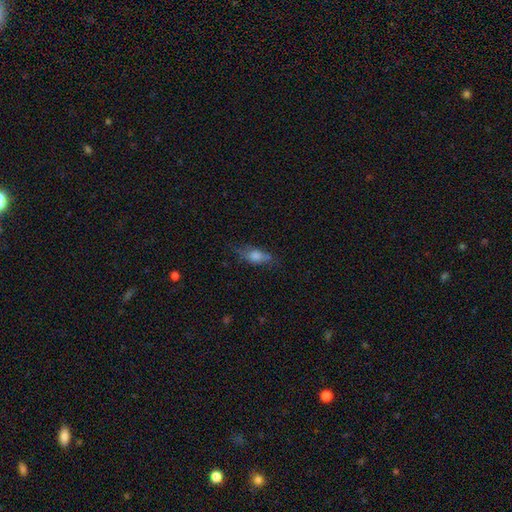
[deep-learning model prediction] smooth 55%, featured or disk 32%, star or artifact 13%. Down the decision tree: how rounded — in between (64%); merging — none (66%).